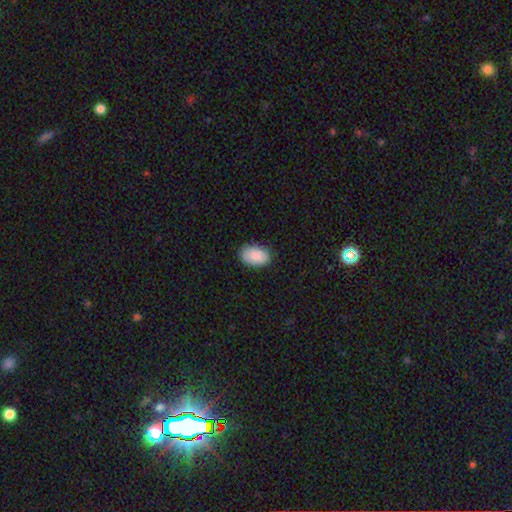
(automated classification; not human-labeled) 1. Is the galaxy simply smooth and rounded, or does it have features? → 87% smooth, 7% star or artifact, 6% featured or disk.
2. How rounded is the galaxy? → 89% in between, 10% round, 1% cigar-shaped.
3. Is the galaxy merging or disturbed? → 81% none, 16% minor disturbance, 3% major disturbance, 1% merger.